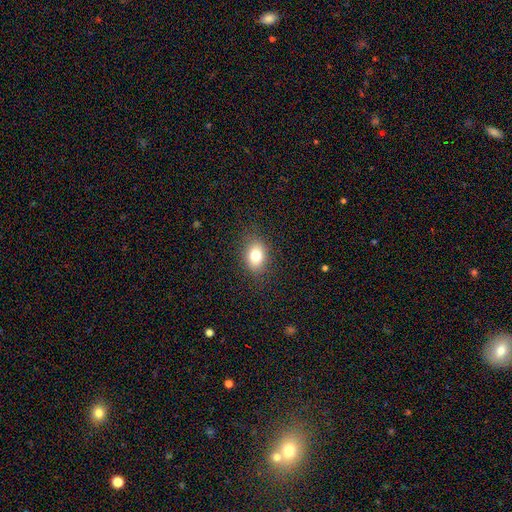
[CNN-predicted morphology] The model was most divided on "how rounded": in between: 69%, round: 29%, cigar-shaped: 1%. More confident: merging — none (85%); smooth or featured — smooth (78%).